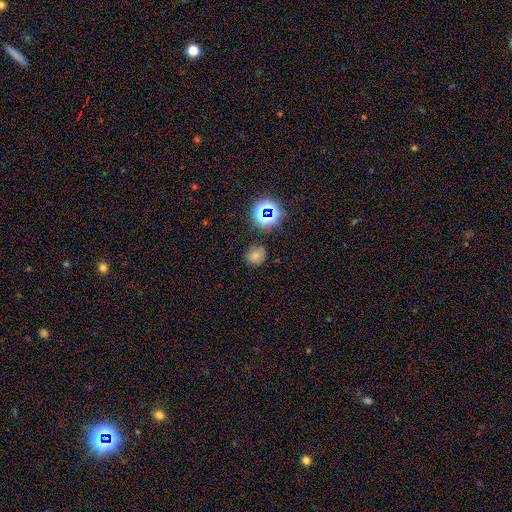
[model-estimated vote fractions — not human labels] A smooth galaxy with no disk features (70%) that is round (86%). Merging: none (80%).